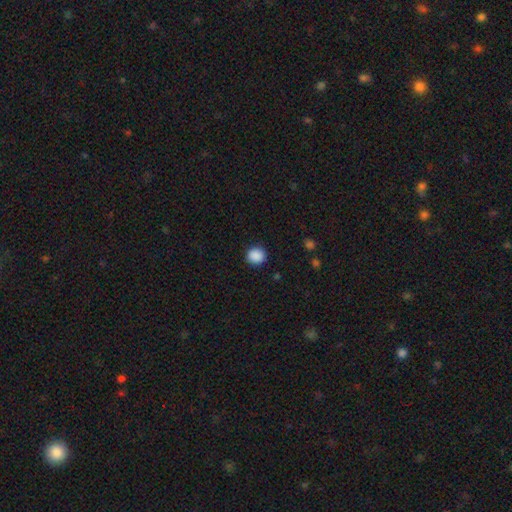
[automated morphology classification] The model was most divided on "how rounded": round: 85%, in between: 14%, cigar-shaped: 1%. More confident: merging — none (90%); smooth or featured — smooth (89%).